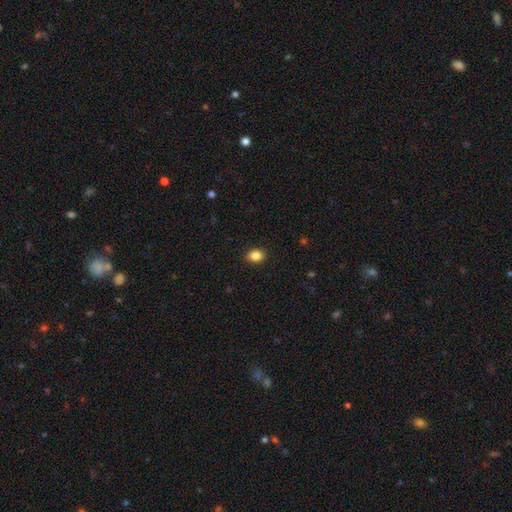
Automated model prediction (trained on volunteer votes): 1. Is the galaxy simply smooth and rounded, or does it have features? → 86% smooth, 10% star or artifact, 4% featured or disk.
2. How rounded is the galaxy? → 60% in between, 39% round, 1% cigar-shaped.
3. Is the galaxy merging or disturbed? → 89% none, 8% minor disturbance, 2% major disturbance, 1% merger.